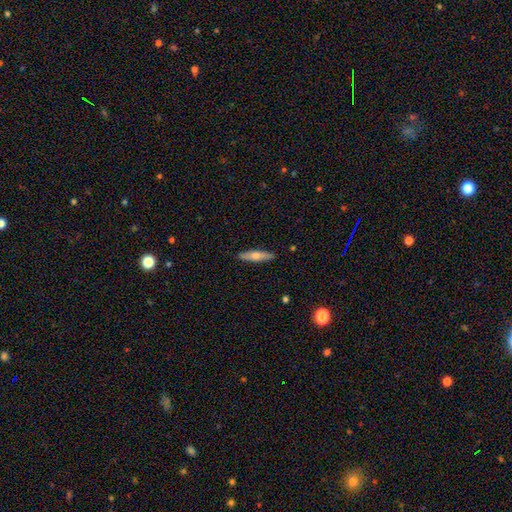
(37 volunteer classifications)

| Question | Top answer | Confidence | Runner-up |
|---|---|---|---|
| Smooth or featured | featured or disk | 57% | smooth (43%) |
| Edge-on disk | yes | 76% | no (24%) |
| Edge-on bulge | rounded | 94% | none (6%) |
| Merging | none | 89% | minor disturbance (5%) |